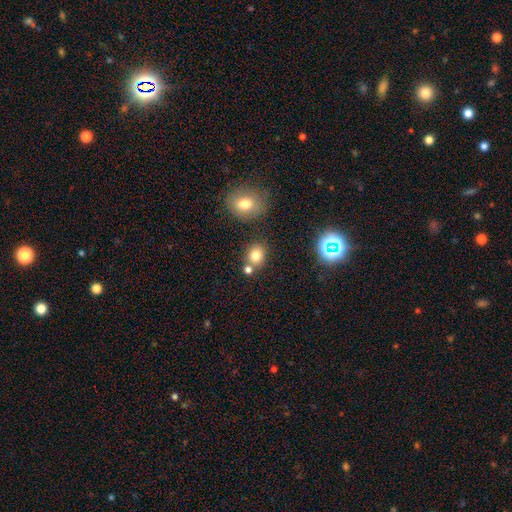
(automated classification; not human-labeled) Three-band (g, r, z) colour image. It shows a smooth galaxy with no disk features (77%) that is round (63%). Merging: none (66%).